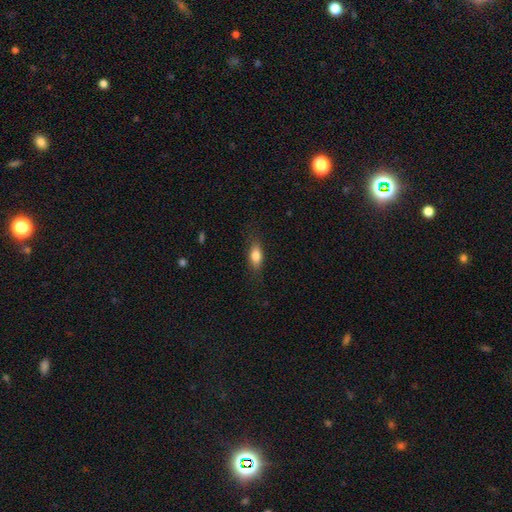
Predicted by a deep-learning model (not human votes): A smooth galaxy with no disk features (78%) that is in between round and cigar-shaped (74%).

Vote fractions:
- Smooth or featured? smooth: 78% / featured or disk: 14% / star or artifact: 8%
- How rounded? in between: 74% / cigar-shaped: 21% / round: 5%
- Merging? none: 79% / minor disturbance: 15% / major disturbance: 5% / merger: 1%